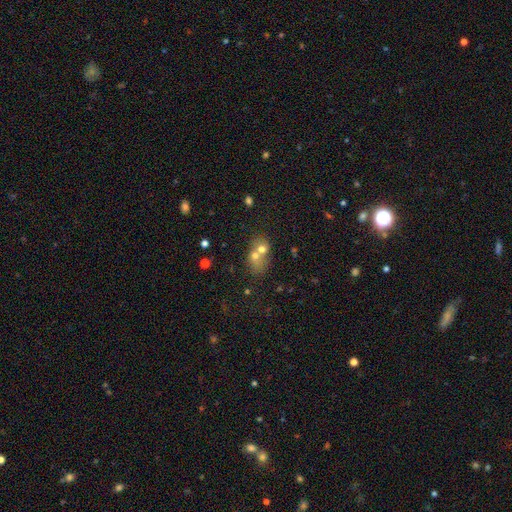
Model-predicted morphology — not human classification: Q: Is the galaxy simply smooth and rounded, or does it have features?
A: smooth — 58%.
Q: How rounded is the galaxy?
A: round — 50%.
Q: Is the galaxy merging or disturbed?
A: merger — 58%.